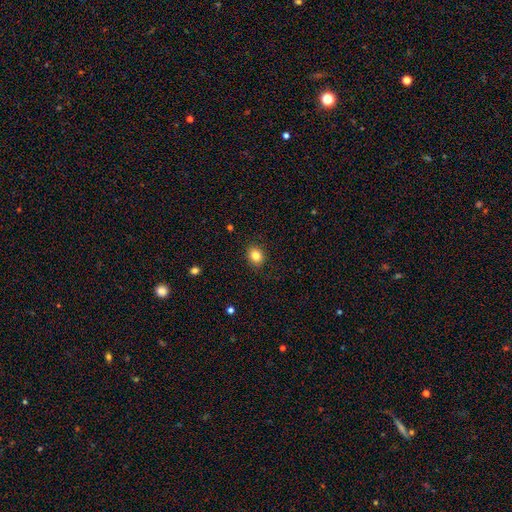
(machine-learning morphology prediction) A smooth galaxy with no disk features (83%) that is round (57%). Merging: none (90%).